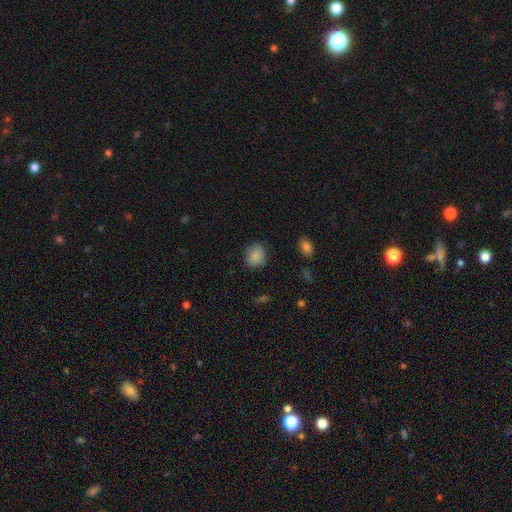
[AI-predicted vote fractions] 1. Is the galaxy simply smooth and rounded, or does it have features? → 87% smooth, 9% star or artifact, 4% featured or disk.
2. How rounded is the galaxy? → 70% round, 29% in between, 1% cigar-shaped.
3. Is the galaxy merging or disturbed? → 84% none, 12% minor disturbance, 3% major disturbance, 1% merger.